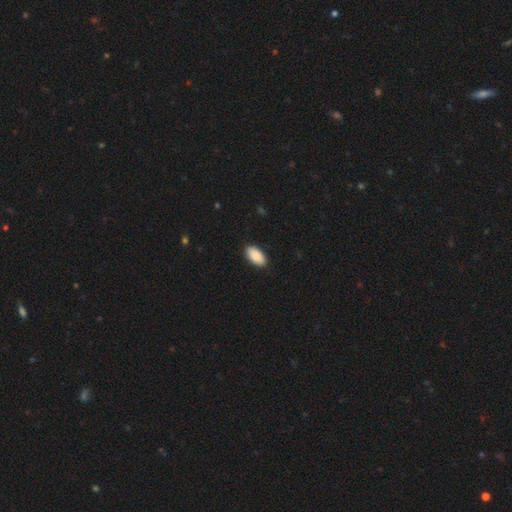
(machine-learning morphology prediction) smooth_or_featured: smooth (p=0.90) [alt: star or artifact p=0.06]
how_rounded: in between (p=0.95) [alt: cigar-shaped p=0.03]
merging: none (p=0.90) [alt: minor disturbance p=0.08]